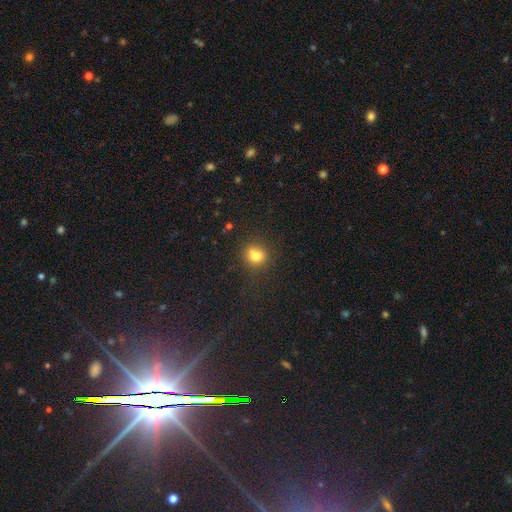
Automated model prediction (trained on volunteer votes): Smooth or featured? Predicted: smooth (p=0.77). How rounded? Predicted: round (p=0.77). Merging? Predicted: none (p=0.65).